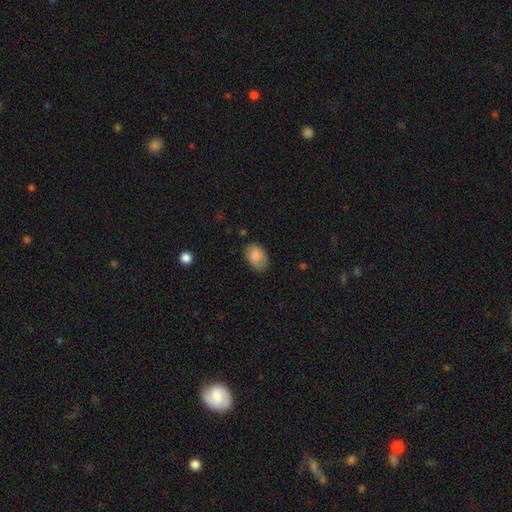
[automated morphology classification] Smooth or featured: smooth — 80% (featured or disk — 13%)
How rounded: in between — 83% (round — 16%)
Merging: none — 71% (minor disturbance — 22%)